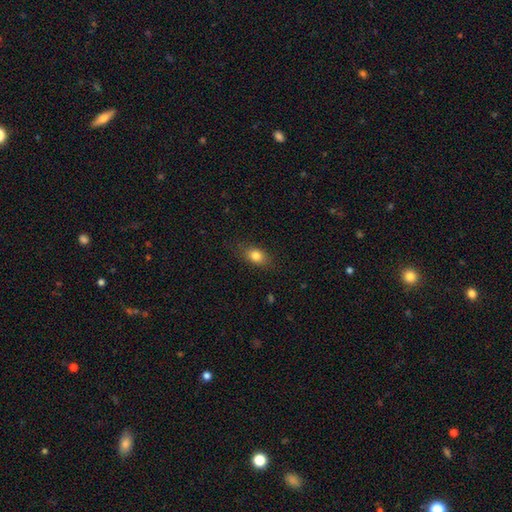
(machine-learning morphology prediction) type=smooth (81%); roundness=in between (72%); merging=none (78%).